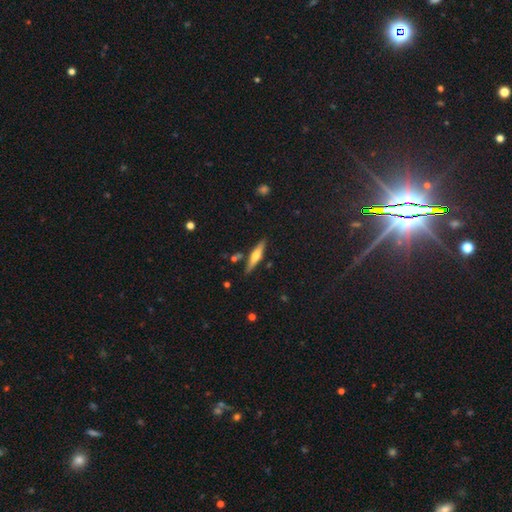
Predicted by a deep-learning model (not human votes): featured or disk 59%, smooth 34%, star or artifact 7%. Down the decision tree: edge-on disk — yes (96%); edge-on bulge — rounded (88%); merging — none (86%).